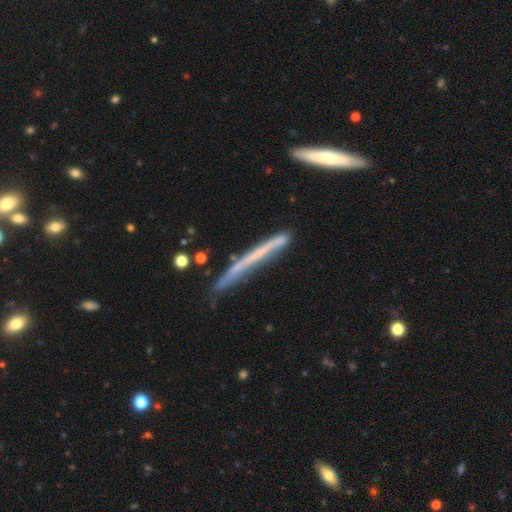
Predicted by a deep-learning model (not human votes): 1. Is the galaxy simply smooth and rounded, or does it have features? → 52% featured or disk, 40% smooth, 8% star or artifact.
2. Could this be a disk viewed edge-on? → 93% yes, 7% no.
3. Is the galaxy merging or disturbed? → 68% none, 22% minor disturbance, 6% major disturbance, 4% merger.